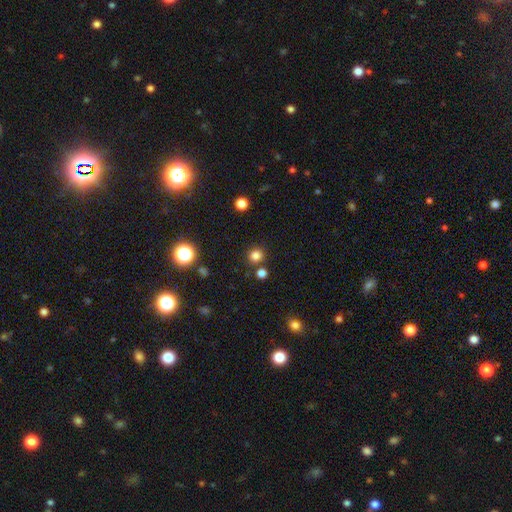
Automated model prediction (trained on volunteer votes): Smooth or featured? Predicted: smooth (p=0.80). How rounded? Predicted: round (p=0.91). Merging? Predicted: none (p=0.83).